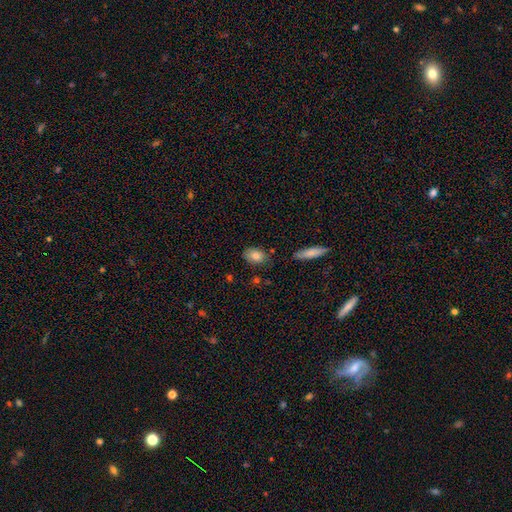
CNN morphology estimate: type=smooth (80%); roundness=in between (83%); merging=none (77%).